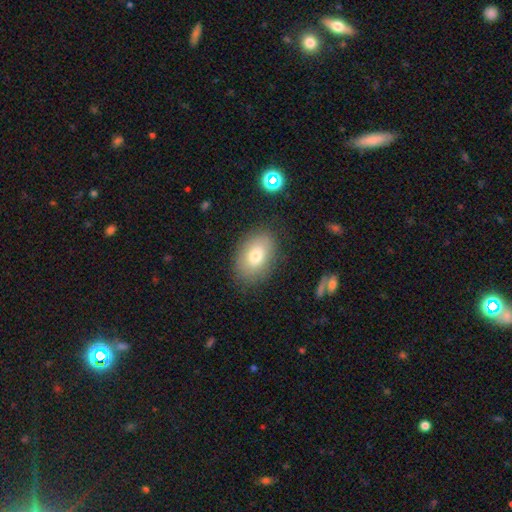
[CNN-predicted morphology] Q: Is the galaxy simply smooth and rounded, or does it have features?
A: smooth — 77%.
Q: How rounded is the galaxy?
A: in between — 85%.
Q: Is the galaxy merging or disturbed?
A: none — 82%.